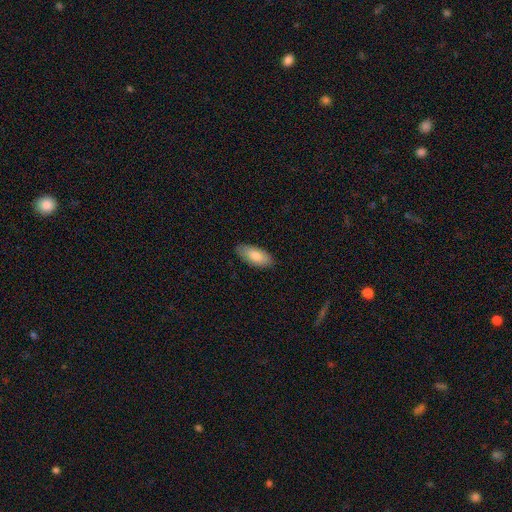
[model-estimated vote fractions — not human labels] Smooth or featured: smooth — 81% (featured or disk — 14%)
How rounded: in between — 88% (cigar-shaped — 10%)
Merging: none — 85% (minor disturbance — 12%)